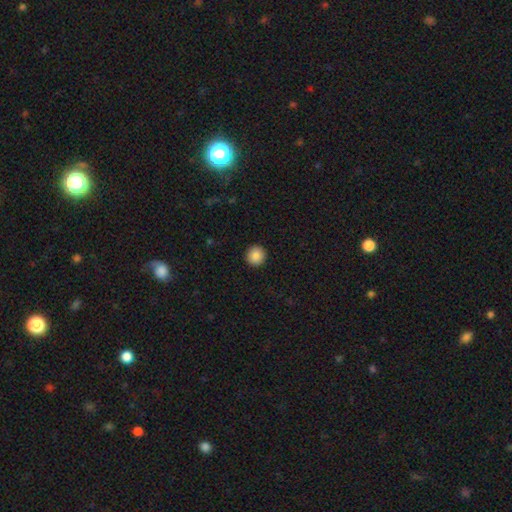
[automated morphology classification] Smooth or featured: smooth — 87% (star or artifact — 9%)
How rounded: round — 95% (in between — 4%)
Merging: none — 93% (minor disturbance — 4%)